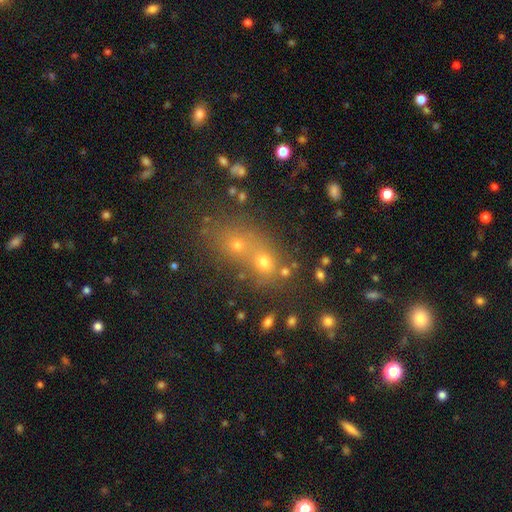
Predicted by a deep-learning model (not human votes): Smooth or featured: smooth — 49% (star or artifact — 35%)
Merging: merger — 48% (none — 40%)